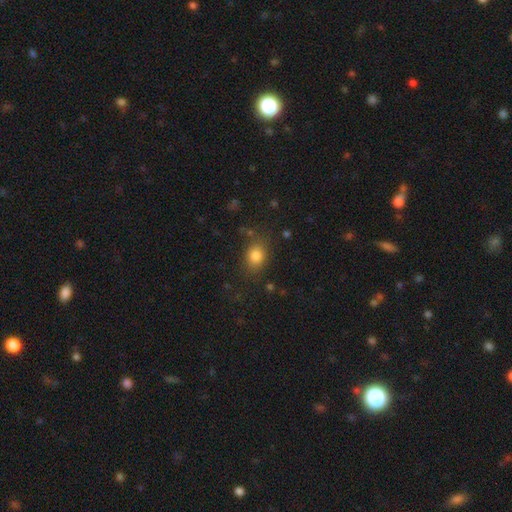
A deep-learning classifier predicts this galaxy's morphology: Smooth or featured? smooth (81%)
How rounded? in between (58%)
Merging? none (77%)